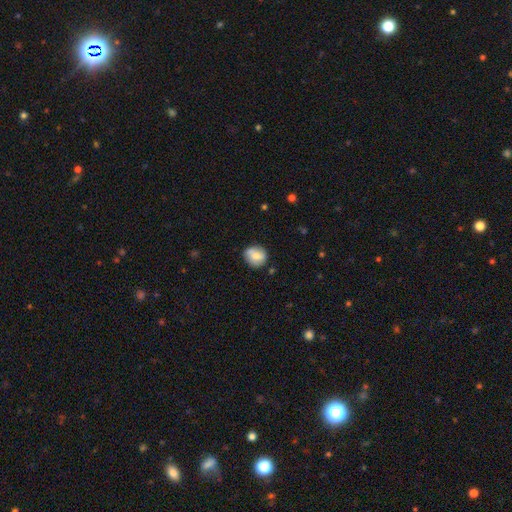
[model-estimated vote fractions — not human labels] The model was most divided on "smooth or featured": smooth: 67%, featured or disk: 25%, star or artifact: 8%. More confident: how rounded — round (76%); merging — none (74%).